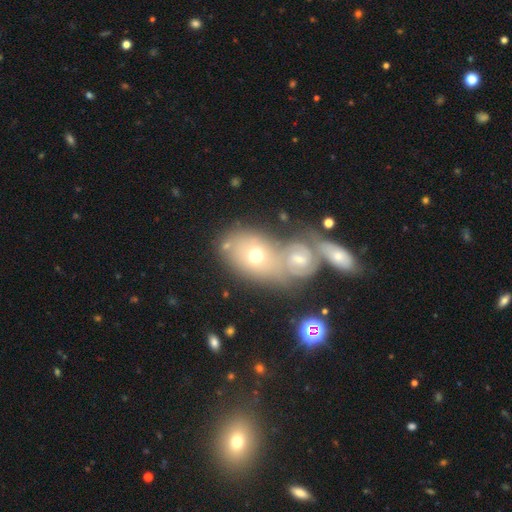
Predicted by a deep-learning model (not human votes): This appears to be a smooth galaxy with no disk features (48%). Merging: merger (56%).